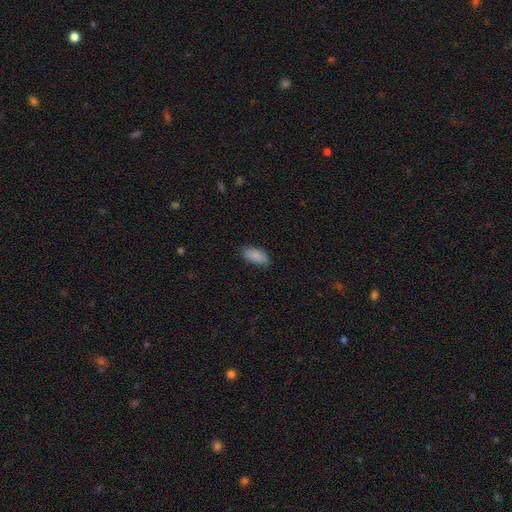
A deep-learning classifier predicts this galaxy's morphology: A smooth galaxy with no disk features (88%) that is in between round and cigar-shaped (90%).

Vote fractions:
- Smooth or featured? smooth: 88% / star or artifact: 7% / featured or disk: 6%
- How rounded? in between: 90% / cigar-shaped: 8% / round: 2%
- Merging? none: 81% / minor disturbance: 15% / major disturbance: 3% / merger: 1%